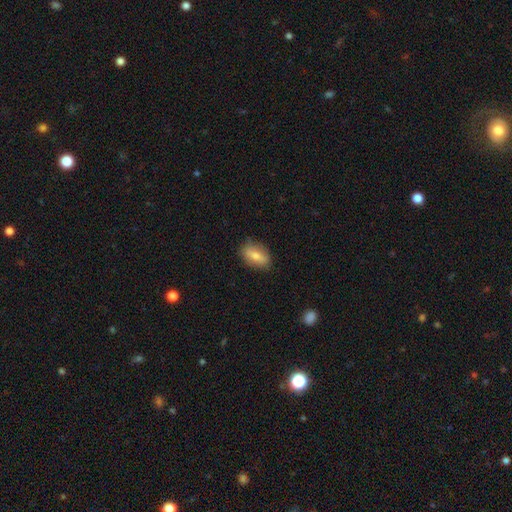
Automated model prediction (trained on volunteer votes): smooth 70%, featured or disk 23%, star or artifact 7%. Down the decision tree: how rounded — in between (83%); merging — none (82%).